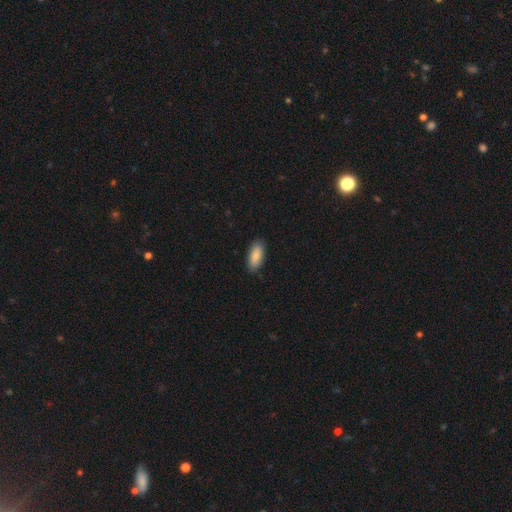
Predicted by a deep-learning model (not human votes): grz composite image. It shows a smooth galaxy with no disk features (87%) that is in between round and cigar-shaped (85%). Merging: none (88%).